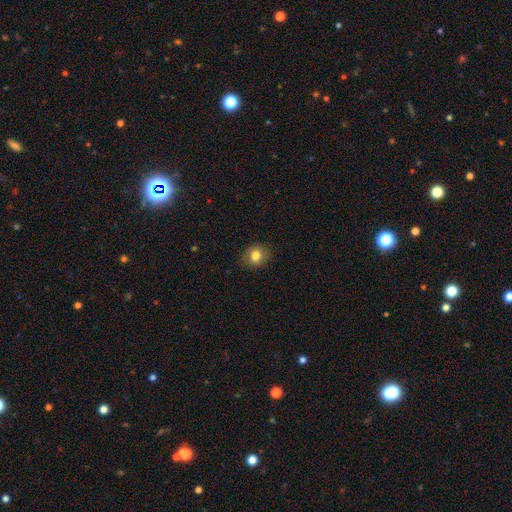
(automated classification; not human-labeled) smooth_or_featured: smooth (p=0.81) [alt: star or artifact p=0.10]
how_rounded: round (p=0.71) [alt: in between p=0.28]
merging: none (p=0.85) [alt: minor disturbance p=0.11]